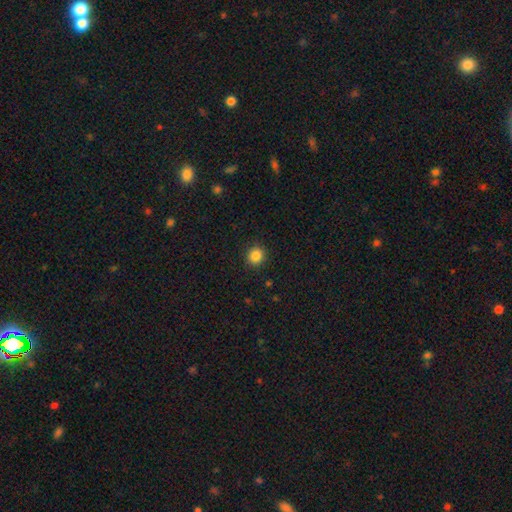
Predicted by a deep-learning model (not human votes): Smooth or featured? smooth (85%)
How rounded? round (86%)
Merging? none (90%)